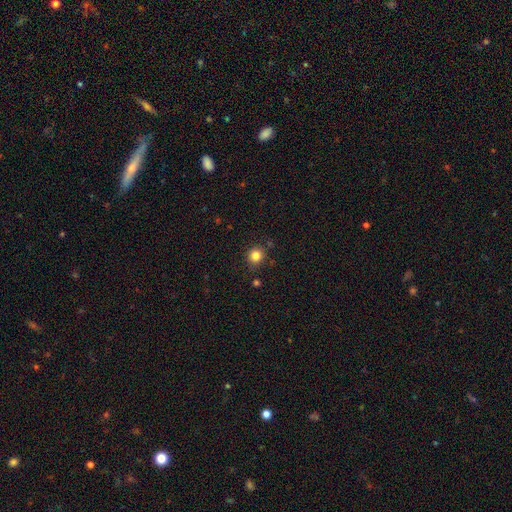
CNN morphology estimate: smooth-or-featured: smooth: 83% | star or artifact: 12% | featured or disk: 5%
  how-rounded: round: 88% | in between: 11% | cigar-shaped: 1%
  merging: none: 85% | minor disturbance: 9% | merger: 3% | major disturbance: 3%